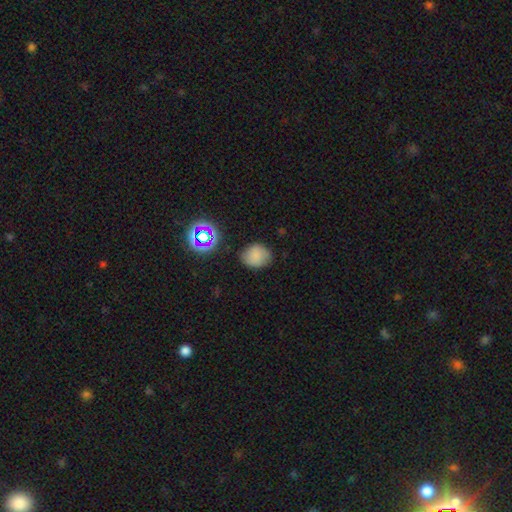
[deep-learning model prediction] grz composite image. It shows a smooth galaxy with no disk features (76%) that is round (61%). Merging: none (74%).